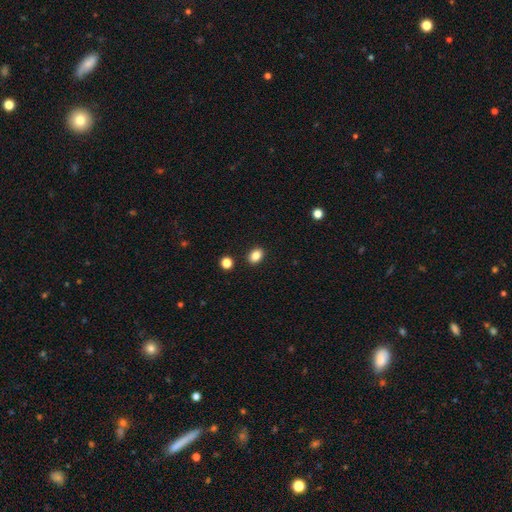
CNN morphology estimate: Smooth or featured?
  - smooth: 85% *
  - star or artifact: 10%
  - featured or disk: 5%
How rounded?
  - in between: 70% *
  - round: 29%
  - cigar-shaped: 1%
Merging?
  - none: 88% *
  - minor disturbance: 7%
  - merger: 2%
  - major disturbance: 2%